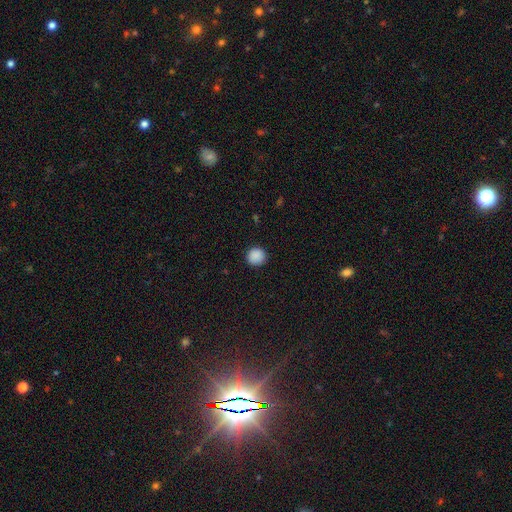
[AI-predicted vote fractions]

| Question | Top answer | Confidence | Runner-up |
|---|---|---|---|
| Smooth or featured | smooth | 88% | star or artifact (9%) |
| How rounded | round | 91% | in between (8%) |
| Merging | none | 90% | minor disturbance (7%) |